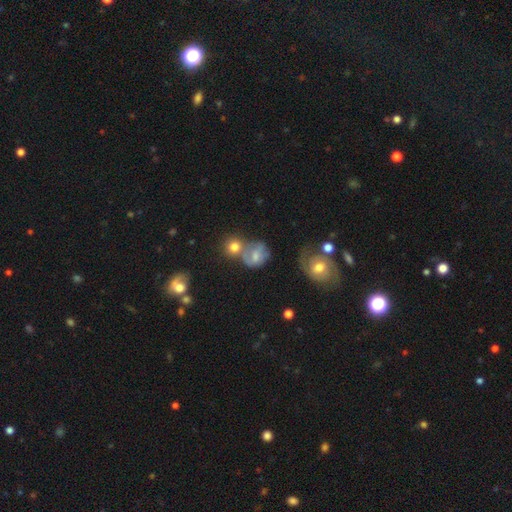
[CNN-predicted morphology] Smooth or featured: smooth — 46% (featured or disk — 42%)
Merging: merger — 39% (none — 29%)